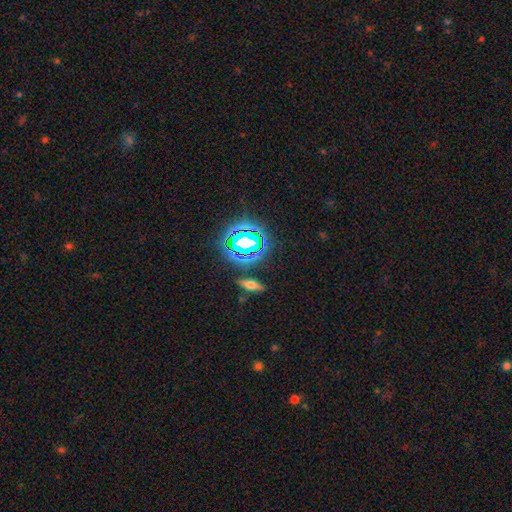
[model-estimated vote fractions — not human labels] Smooth or featured: star or artifact — 80% (smooth — 13%)